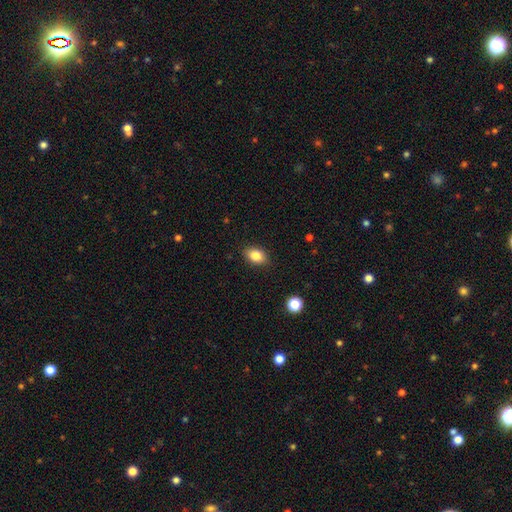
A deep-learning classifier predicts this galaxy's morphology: smooth_or_featured: smooth (p=0.85) [alt: star or artifact p=0.09]
how_rounded: in between (p=0.81) [alt: round p=0.18]
merging: none (p=0.87) [alt: minor disturbance p=0.10]